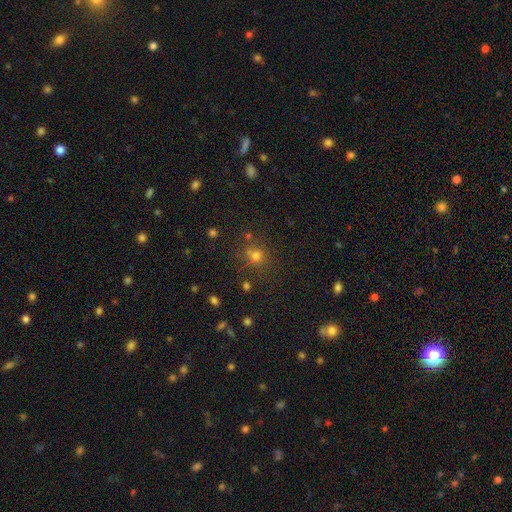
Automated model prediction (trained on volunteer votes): Overall: smooth (66%). How rounded: round (82%). Merging: none (71%).